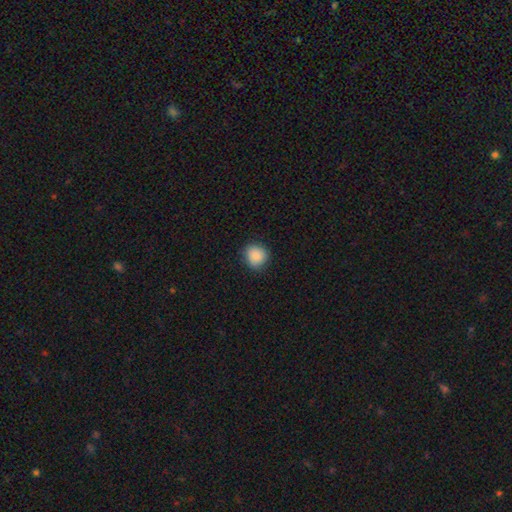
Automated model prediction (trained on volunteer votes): This appears to be a smooth galaxy with no disk features (88%) that is round (86%). Merging: none (85%).